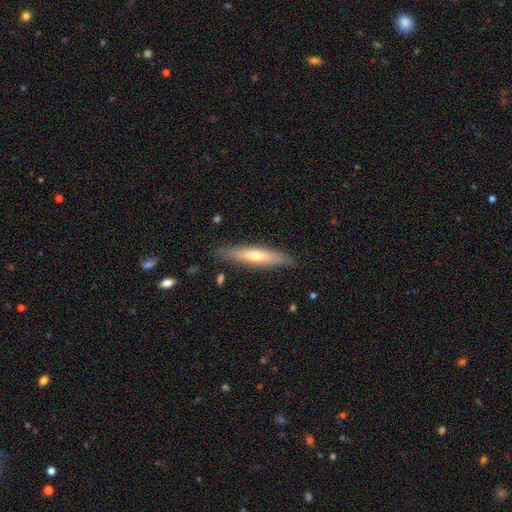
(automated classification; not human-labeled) Smooth or featured?
  - smooth: 49% *
  - featured or disk: 45%
  - star or artifact: 6%
Merging?
  - none: 86% *
  - minor disturbance: 11%
  - major disturbance: 2%
  - merger: 1%